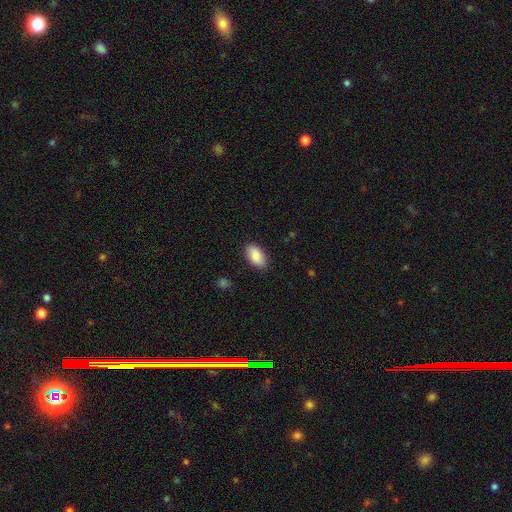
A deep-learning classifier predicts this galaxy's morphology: This appears to be a smooth galaxy with no disk features (88%) that is in between round and cigar-shaped (94%). Merging: none (87%).